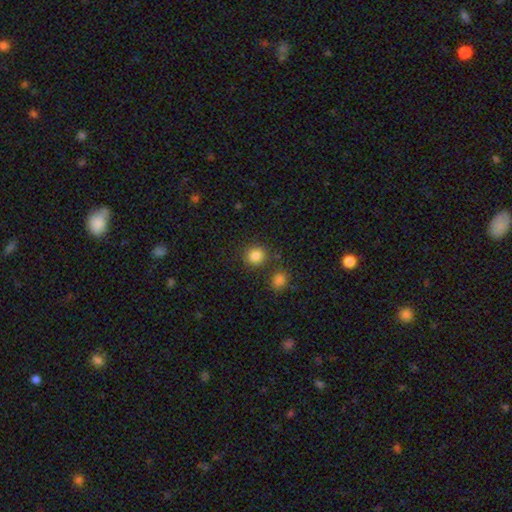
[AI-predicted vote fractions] This appears to be a smooth galaxy with no disk features (85%) that is round (86%). Merging: none (80%).